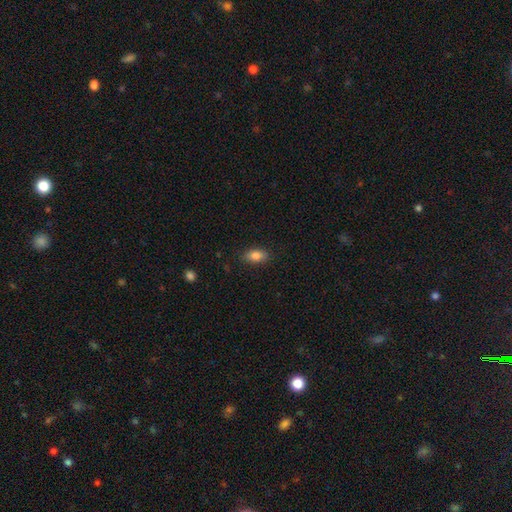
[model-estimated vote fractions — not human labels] A smooth galaxy with no disk features (84%) that is in between round and cigar-shaped (88%). Merging: none (87%).